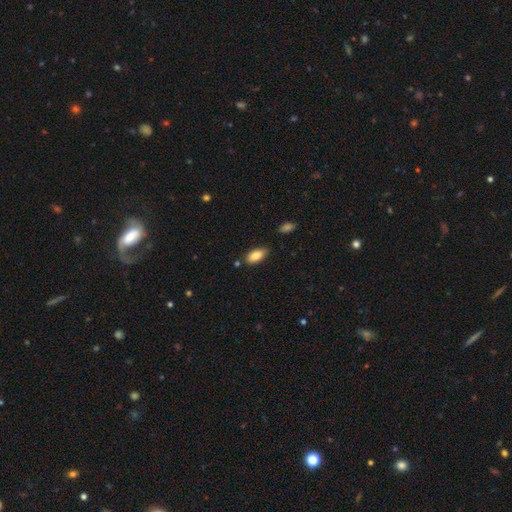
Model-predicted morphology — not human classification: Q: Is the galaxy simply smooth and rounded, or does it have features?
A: smooth — 85%.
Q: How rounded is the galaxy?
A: in between — 91%.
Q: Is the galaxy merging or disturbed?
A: none — 76%.